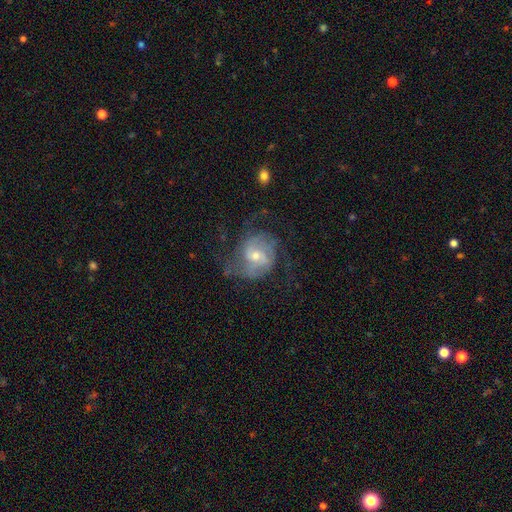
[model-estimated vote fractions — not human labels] The model was most divided on "bar": no: 46%, weak: 44%, strong: 11%. Remaining: edge-on disk — no (97%); spiral arms — yes (87%); smooth or featured — featured or disk (75%); spiral arm count — 2 (53%); merging — none (52%); bulge size — small (50%); spiral winding — medium (46%).